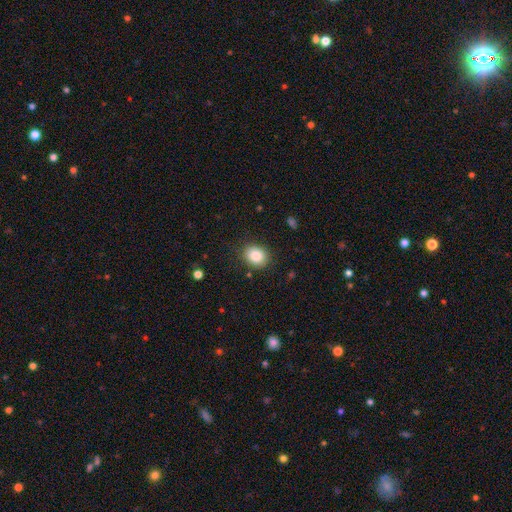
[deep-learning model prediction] Smooth or featured? smooth (86%)
How rounded? round (58%)
Merging? none (86%)